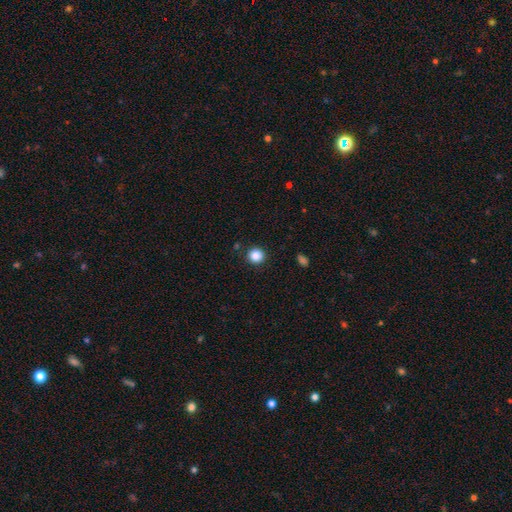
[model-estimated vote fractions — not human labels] smooth_or_featured: smooth (p=0.87) [alt: star or artifact p=0.10]
how_rounded: round (p=0.91) [alt: in between p=0.08]
merging: none (p=0.90) [alt: minor disturbance p=0.06]